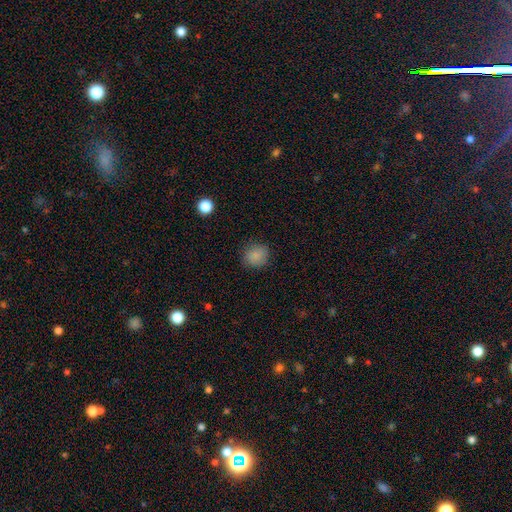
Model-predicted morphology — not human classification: smooth 85%, star or artifact 10%, featured or disk 5%. Down the decision tree: how rounded — round (82%); merging — none (84%).